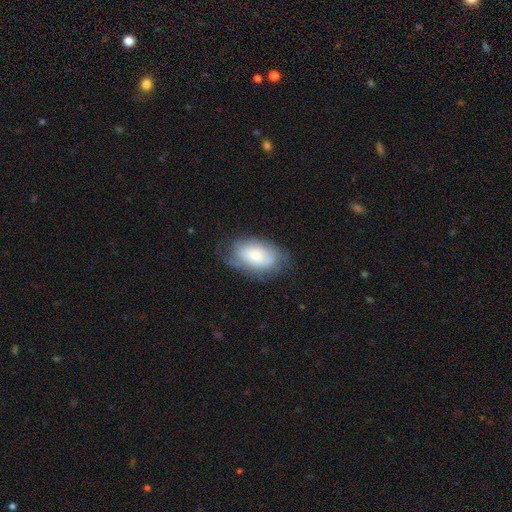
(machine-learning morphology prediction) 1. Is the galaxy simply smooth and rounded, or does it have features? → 54% smooth, 39% featured or disk, 7% star or artifact.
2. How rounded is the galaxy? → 92% in between, 6% round, 2% cigar-shaped.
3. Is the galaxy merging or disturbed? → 60% none, 27% minor disturbance, 12% major disturbance, 2% merger.